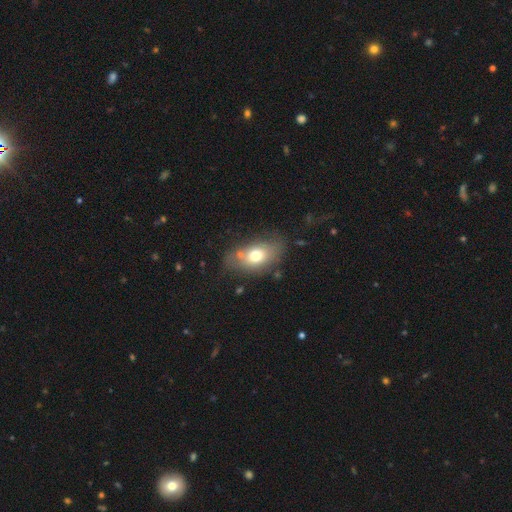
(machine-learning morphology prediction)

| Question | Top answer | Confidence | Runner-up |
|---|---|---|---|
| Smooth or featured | smooth | 68% | featured or disk (22%) |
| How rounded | in between | 83% | round (14%) |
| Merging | none | 62% | minor disturbance (21%) |